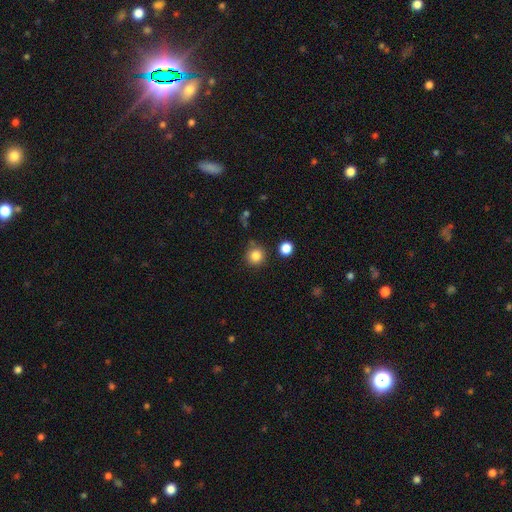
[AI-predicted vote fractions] This is clearly a smooth galaxy (84%). How rounded: clearly round (94%). Merging: clearly none (84%).